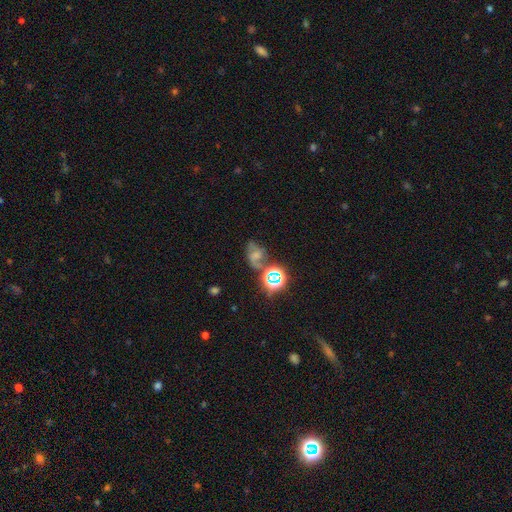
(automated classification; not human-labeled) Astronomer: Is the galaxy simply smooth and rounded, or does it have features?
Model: featured or disk — 39% (runner-up: smooth, 32%).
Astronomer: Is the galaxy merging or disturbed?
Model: none — 45% (runner-up: minor disturbance, 22%).